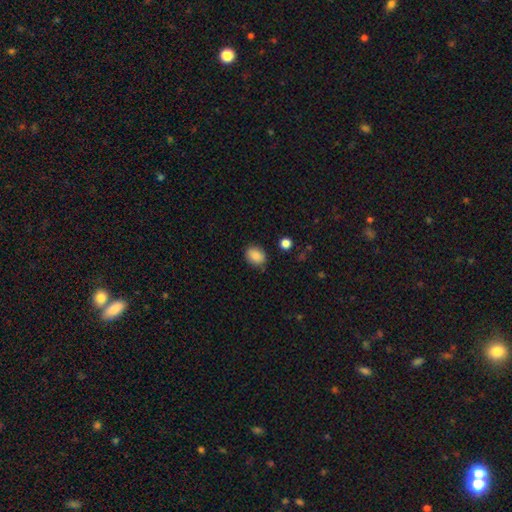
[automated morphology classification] type=smooth (86%); roundness=in between (53%); merging=none (81%).